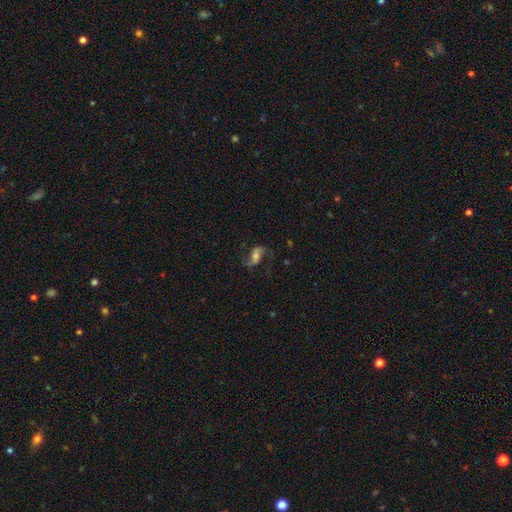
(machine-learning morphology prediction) A featured or disk galaxy (72%) with no bar (39%), 2 (91%) loose (68%) spiral arms (93%) and a moderate central bulge (54%).

Vote fractions:
- Smooth or featured? featured or disk: 72% / smooth: 19% / star or artifact: 8%
- Edge-on disk? no: 95% / yes: 5%
- Bar? no: 39% / weak: 36% / strong: 25%
- Spiral arms? yes: 93% / no: 7%
- Spiral winding? loose: 68% / medium: 25% / tight: 7%
- Spiral arm count? 2: 91% / 1: 3% / can't tell: 3% / 3: 1% / 4: 1% / more than 4: 1%
- Bulge size? moderate: 54% / small: 28% / large: 12% / none: 4% / dominant: 2%
- Merging? none: 72% / minor disturbance: 15% / major disturbance: 11% / merger: 2%